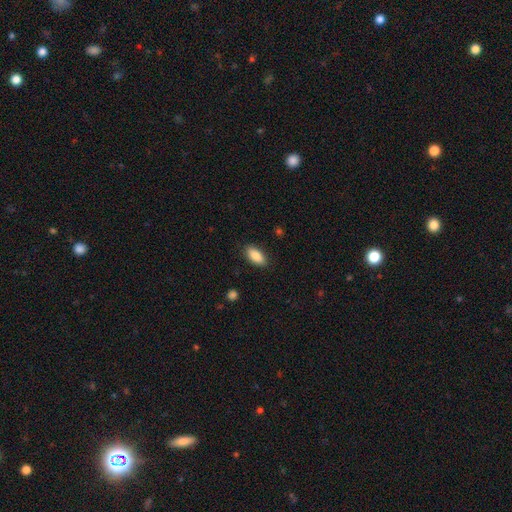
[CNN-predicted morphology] This appears to be a smooth galaxy with no disk features (87%) that is in between round and cigar-shaped (90%). Merging: none (87%).